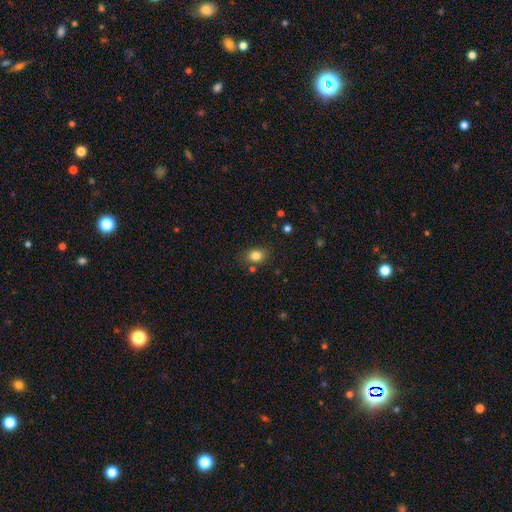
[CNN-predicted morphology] Overall: smooth (83%). How rounded: in between (57%; round 42%). Merging: none (78%).